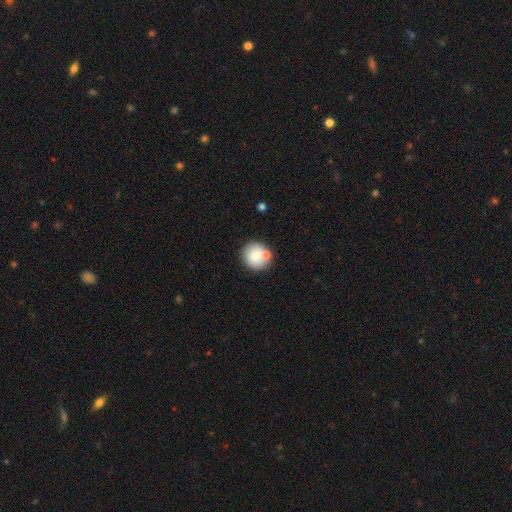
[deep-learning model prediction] Morphology: type=smooth (79%); roundness=round (91%); merging=none (69%).